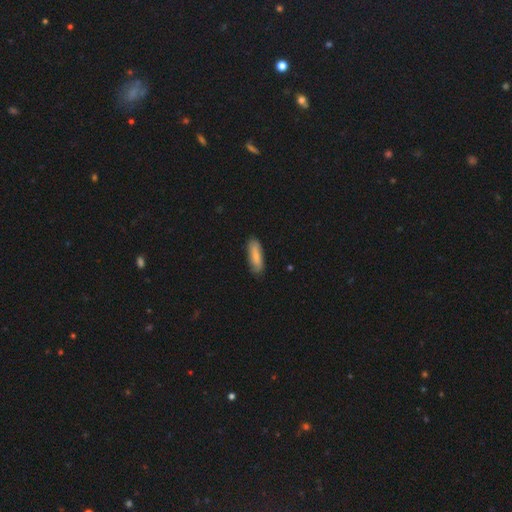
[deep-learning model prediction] A smooth galaxy with no disk features (79%) that is in between round and cigar-shaped (51%).

Vote fractions:
- Smooth or featured? smooth: 79% / featured or disk: 15% / star or artifact: 6%
- How rounded? in between: 51% / cigar-shaped: 48% / round: 2%
- Merging? none: 82% / minor disturbance: 14% / major disturbance: 2% / merger: 1%